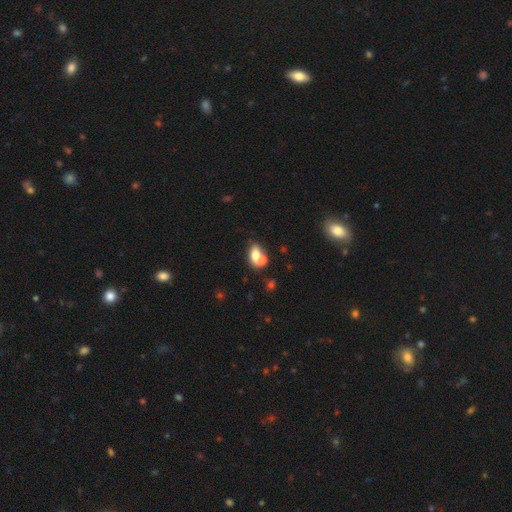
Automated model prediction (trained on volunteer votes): smooth_or_featured: smooth (p=0.69) [alt: featured or disk p=0.20]
how_rounded: in between (p=0.75) [alt: round p=0.22]
merging: merger (p=0.53) [alt: none p=0.32]